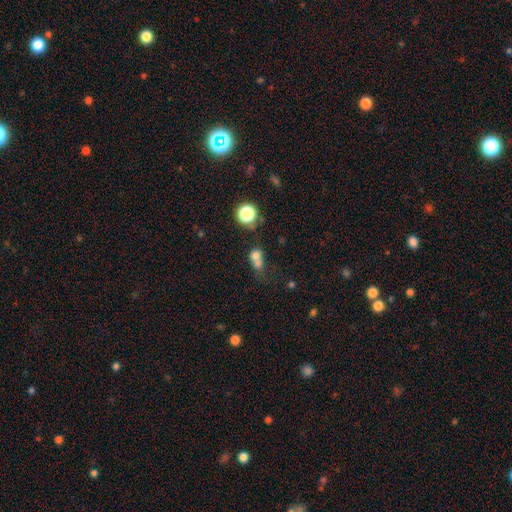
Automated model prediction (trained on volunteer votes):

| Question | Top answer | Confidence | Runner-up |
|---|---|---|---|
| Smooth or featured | smooth | 70% | star or artifact (16%) |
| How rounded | round | 65% | in between (33%) |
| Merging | merger | 53% | none (29%) |